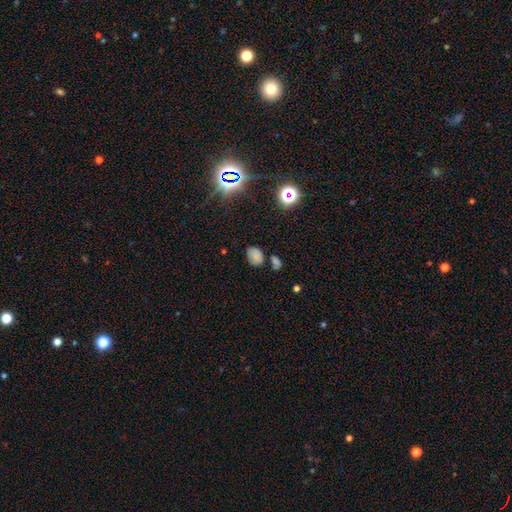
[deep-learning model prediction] Smooth or featured: smooth — 69% (star or artifact — 20%)
How rounded: in between — 77% (round — 22%)
Merging: none — 62% (minor disturbance — 20%)